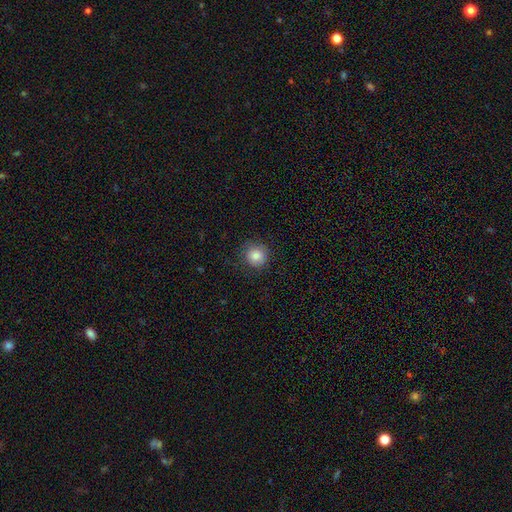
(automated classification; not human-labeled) Morphology: type=smooth (84%); roundness=round (92%); merging=none (84%).